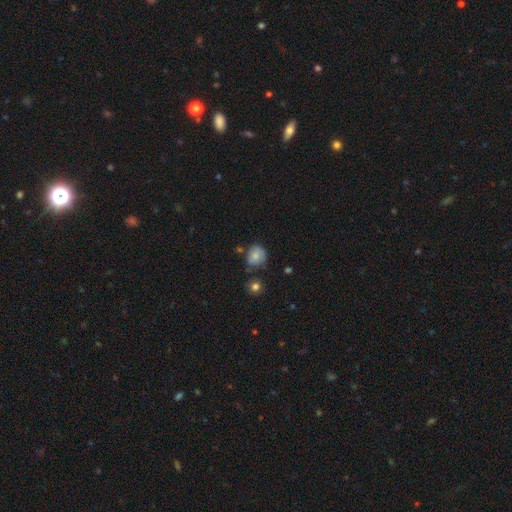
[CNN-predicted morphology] type=smooth (76%); roundness=round (73%); merging=none (61%).